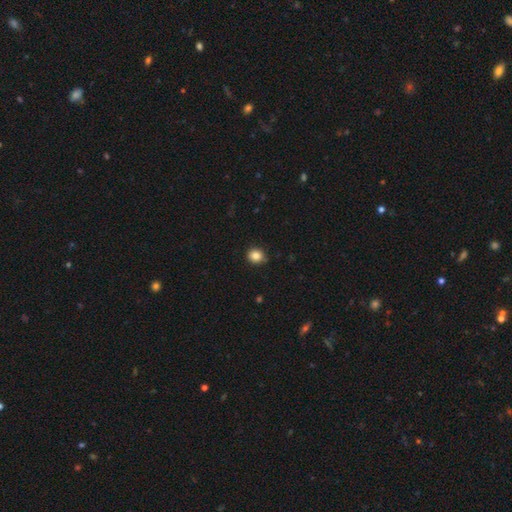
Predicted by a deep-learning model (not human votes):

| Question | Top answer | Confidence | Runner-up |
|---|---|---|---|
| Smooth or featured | smooth | 84% | star or artifact (11%) |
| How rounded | round | 81% | in between (18%) |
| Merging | none | 84% | minor disturbance (13%) |